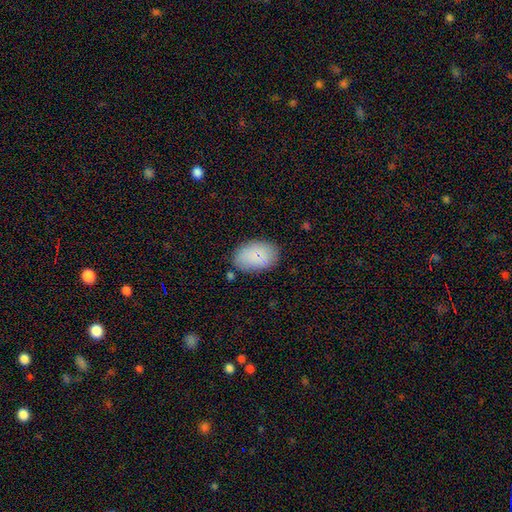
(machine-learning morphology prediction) type=smooth (79%); roundness=in between (89%); merging=none (75%).